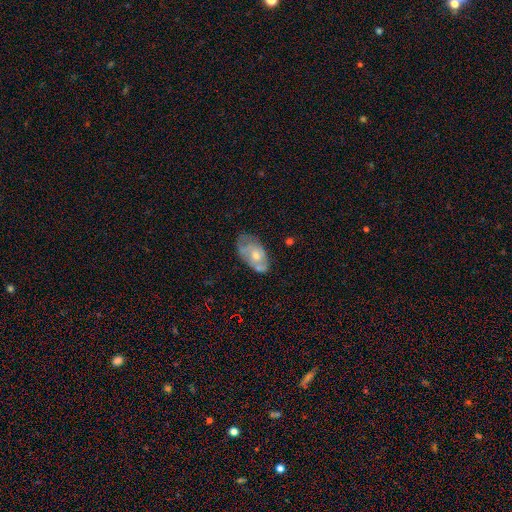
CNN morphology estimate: The model was most divided on "smooth or featured": featured or disk: 50%, smooth: 44%, star or artifact: 6%. Remaining: merging — none (50%).